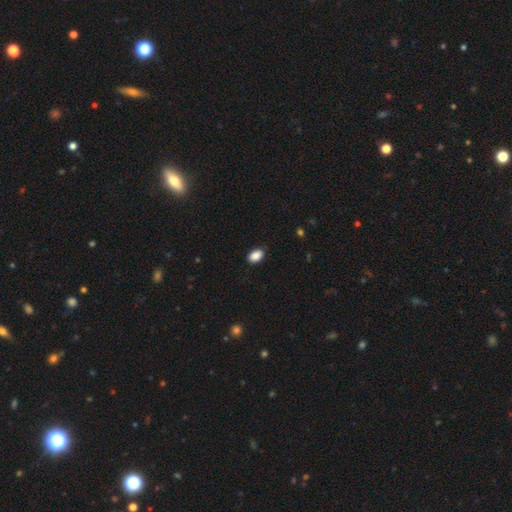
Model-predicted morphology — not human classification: The model was most divided on "merging": none: 86%, minor disturbance: 11%, major disturbance: 2%, merger: 1%. More confident: smooth or featured — smooth (89%); how rounded — in between (89%).